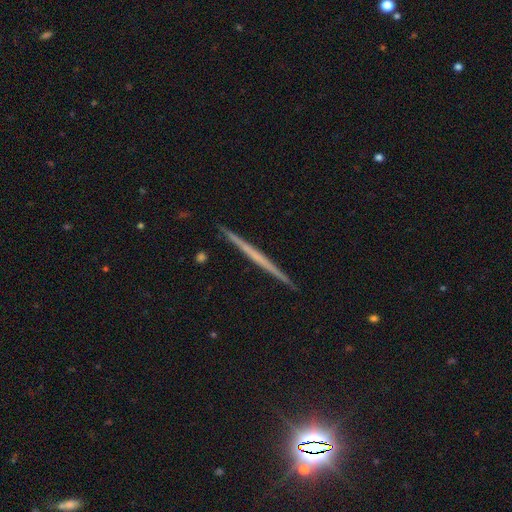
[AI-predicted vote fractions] Smooth or featured: featured or disk — 63% (smooth — 30%)
Edge-on disk: yes — 98% (no — 2%)
Edge-on bulge: none — 87% (rounded — 9%)
Merging: none — 93% (minor disturbance — 5%)